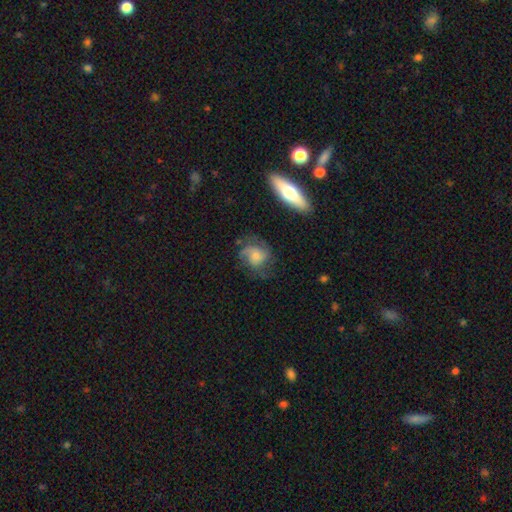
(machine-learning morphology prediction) Smooth or featured? Predicted: featured or disk (p=0.61). Edge-on disk? Predicted: no (p=0.94). Bar? Predicted: no (p=0.74). Spiral arms? Predicted: yes (p=0.87). Bulge size? Predicted: small (p=0.41). Merging? Predicted: none (p=0.61).